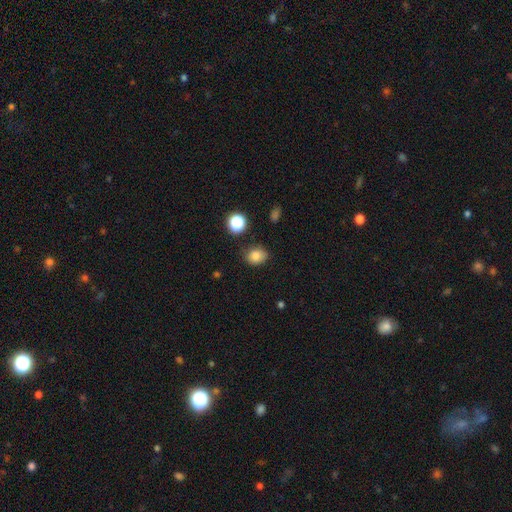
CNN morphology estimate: This is clearly a smooth galaxy (82%). How rounded: possibly round (53%). Merging: likely none (78%).